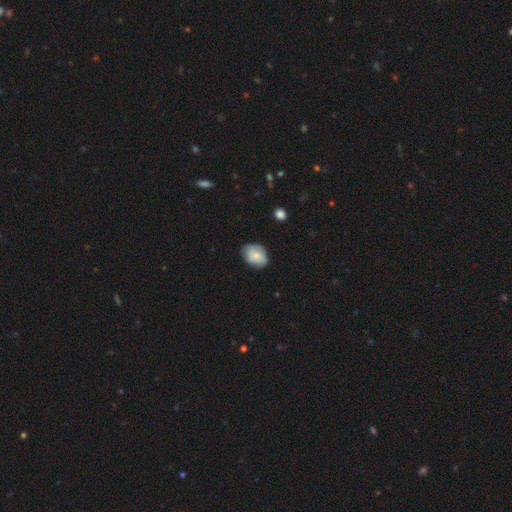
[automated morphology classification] A smooth galaxy with no disk features (79%) that is in between round and cigar-shaped (70%).

Vote fractions:
- Smooth or featured? smooth: 79% / featured or disk: 14% / star or artifact: 7%
- How rounded? in between: 70% / round: 29% / cigar-shaped: 1%
- Merging? none: 71% / minor disturbance: 23% / major disturbance: 4% / merger: 1%